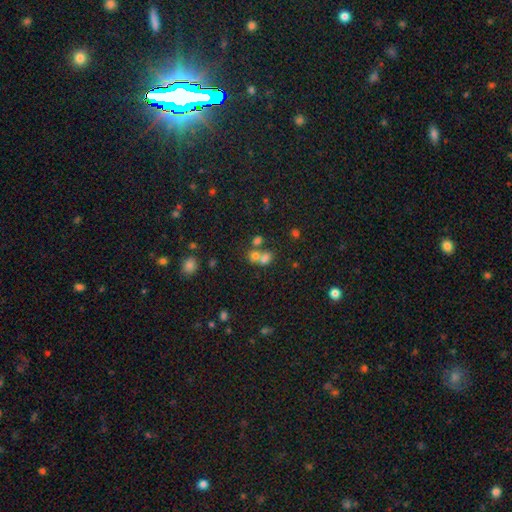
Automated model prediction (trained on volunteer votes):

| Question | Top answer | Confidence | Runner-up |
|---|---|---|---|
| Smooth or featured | smooth | 65% | star or artifact (20%) |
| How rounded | round | 67% | in between (32%) |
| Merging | merger | 55% | none (34%) |